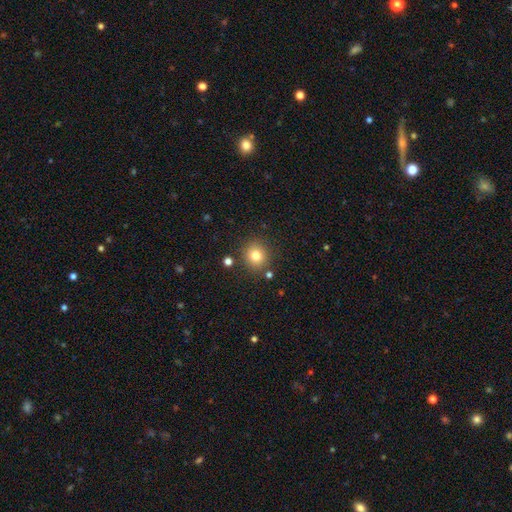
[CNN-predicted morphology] Smooth or featured?
  - smooth: 80% *
  - star or artifact: 12%
  - featured or disk: 8%
How rounded?
  - round: 86% *
  - in between: 13%
  - cigar-shaped: 1%
Merging?
  - none: 86% *
  - minor disturbance: 8%
  - merger: 4%
  - major disturbance: 3%